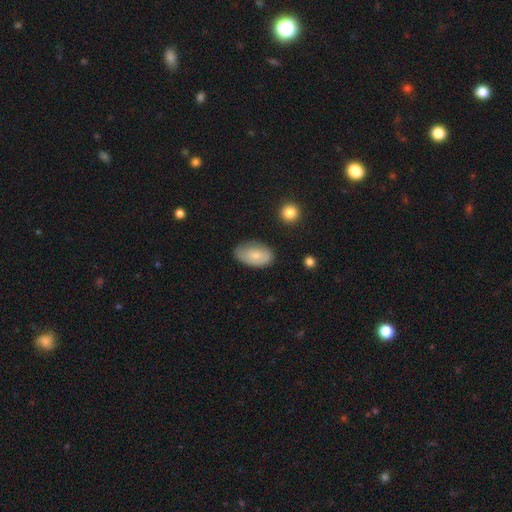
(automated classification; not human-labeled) Overall: smooth (73%). How rounded: in between (93%). Merging: none (64%; minor disturbance 27%).